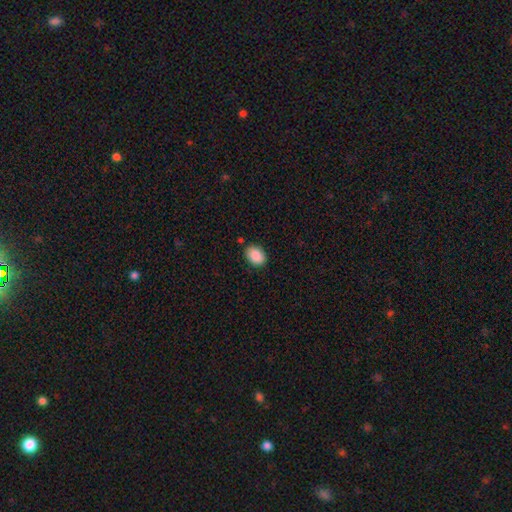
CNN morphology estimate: Q: Smooth or featured?
A: smooth (89%); runner-up: star or artifact (7%)
Q: How rounded?
A: in between (80%); runner-up: round (19%)
Q: Merging?
A: none (85%); runner-up: minor disturbance (10%)